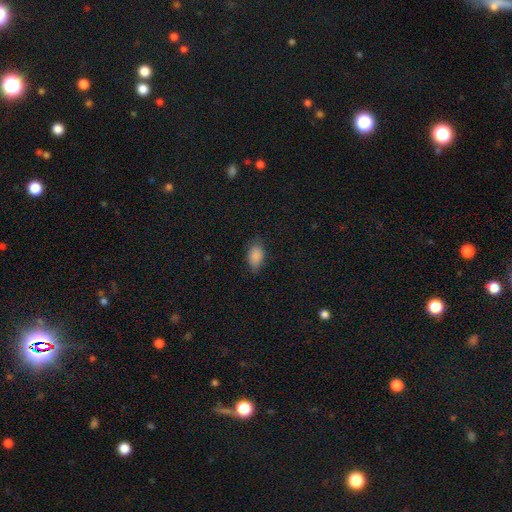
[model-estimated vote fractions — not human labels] smooth_or_featured: smooth (p=0.87) [alt: star or artifact p=0.08]
how_rounded: in between (p=0.91) [alt: round p=0.07]
merging: none (p=0.78) [alt: minor disturbance p=0.17]